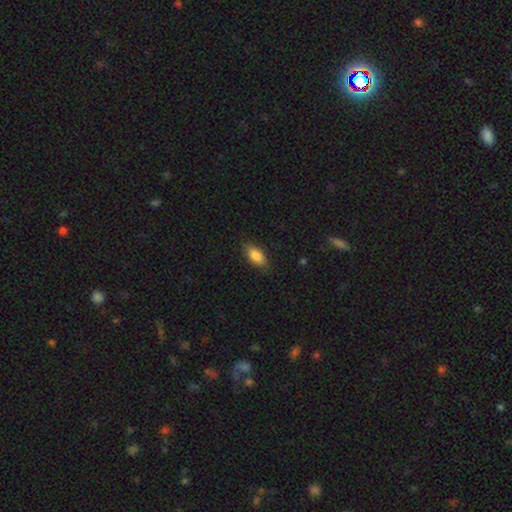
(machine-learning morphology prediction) Smooth or featured: smooth — 84% (featured or disk — 9%)
How rounded: in between — 86% (cigar-shaped — 10%)
Merging: none — 82% (minor disturbance — 14%)